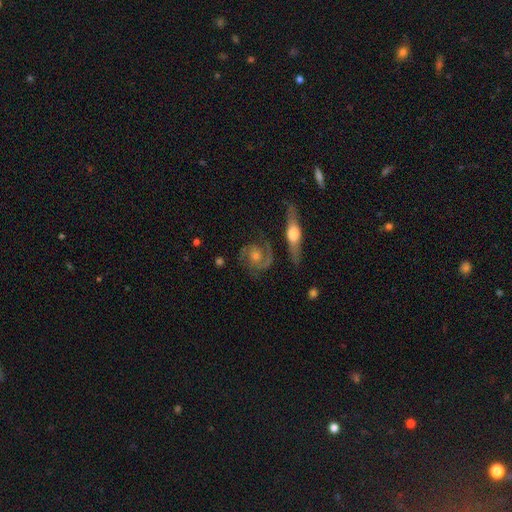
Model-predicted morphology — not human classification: Smooth or featured? Predicted: featured or disk (p=0.85). Edge-on disk? Predicted: no (p=0.92). Bar? Predicted: no (p=0.66). Spiral arms? Predicted: yes (p=0.96). Spiral winding? Predicted: medium (p=0.47). Spiral arm count? Predicted: 2 (p=0.89). Bulge size? Predicted: moderate (p=0.50). Merging? Predicted: none (p=0.76).